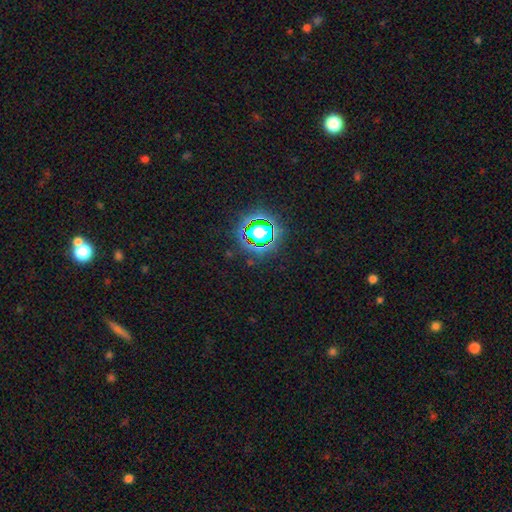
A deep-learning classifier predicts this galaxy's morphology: Smooth or featured?
  - star or artifact: 80% *
  - smooth: 13%
  - featured or disk: 7%